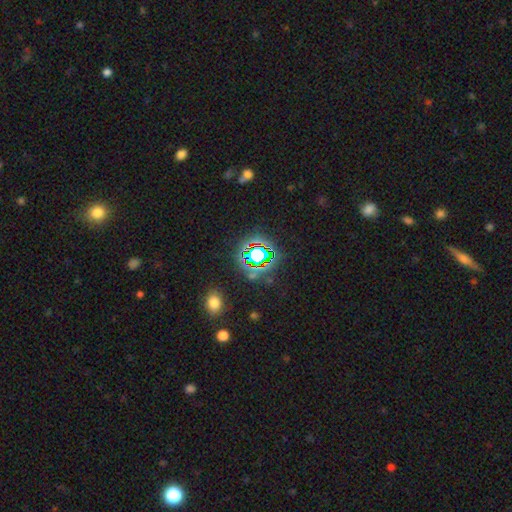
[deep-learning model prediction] smooth_or_featured: star or artifact (p=0.70) [alt: smooth p=0.19]